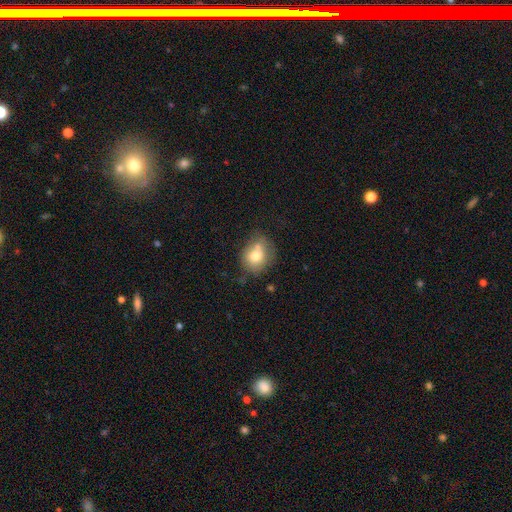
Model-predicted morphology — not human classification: This is likely a smooth galaxy (72%). How rounded: likely round (63%). Merging: possibly none (47%).